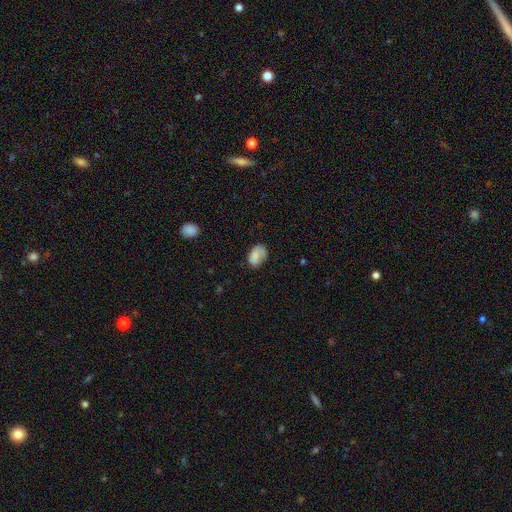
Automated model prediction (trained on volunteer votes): smooth 70%, featured or disk 22%, star or artifact 8%. Down the decision tree: how rounded — in between (82%); merging — none (49%).